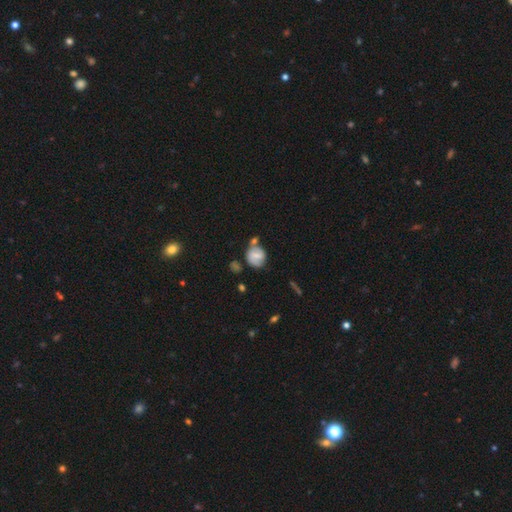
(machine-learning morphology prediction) smooth_or_featured: smooth (p=0.54) [alt: featured or disk p=0.37]
how_rounded: round (p=0.64) [alt: in between p=0.35]
merging: none (p=0.49) [alt: minor disturbance p=0.23]